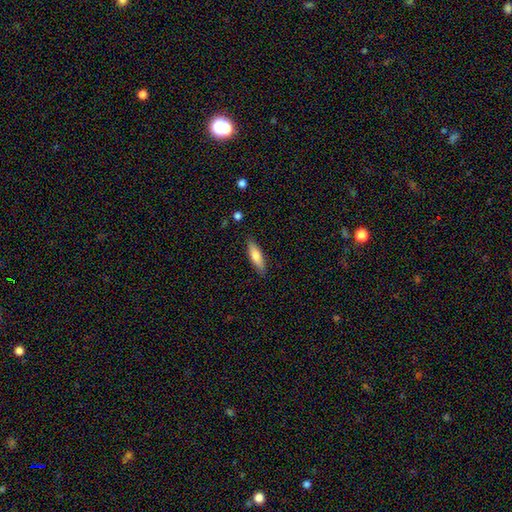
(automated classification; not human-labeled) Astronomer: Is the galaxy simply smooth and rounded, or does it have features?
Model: smooth — 71%.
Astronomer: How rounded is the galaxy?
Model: cigar-shaped — 60% (runner-up: in between, 38%).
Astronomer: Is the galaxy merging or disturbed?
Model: none — 87%.